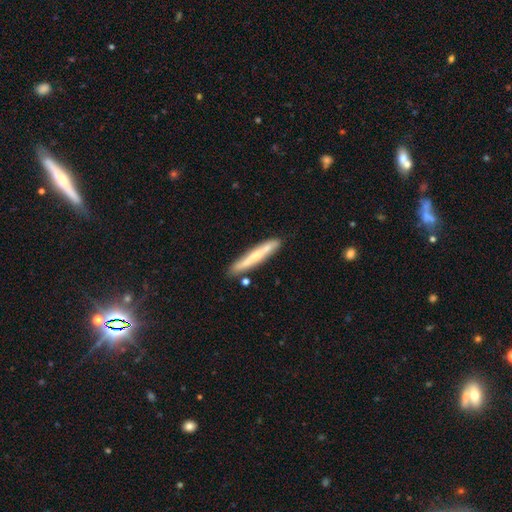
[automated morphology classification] Smooth or featured? smooth (51%)
How rounded? cigar-shaped (94%)
Merging? none (83%)